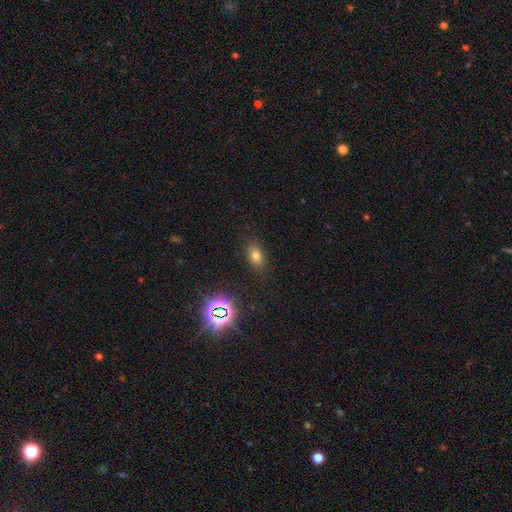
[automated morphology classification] Smooth or featured?
  - smooth: 70% *
  - star or artifact: 20%
  - featured or disk: 11%
How rounded?
  - in between: 80% *
  - round: 16%
  - cigar-shaped: 4%
Merging?
  - none: 85% *
  - minor disturbance: 10%
  - major disturbance: 3%
  - merger: 1%